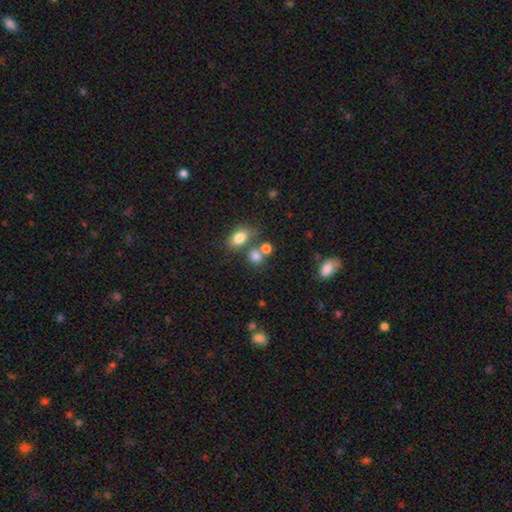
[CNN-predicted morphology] type=smooth (79%); roundness=round (64%); merging=none (56%).